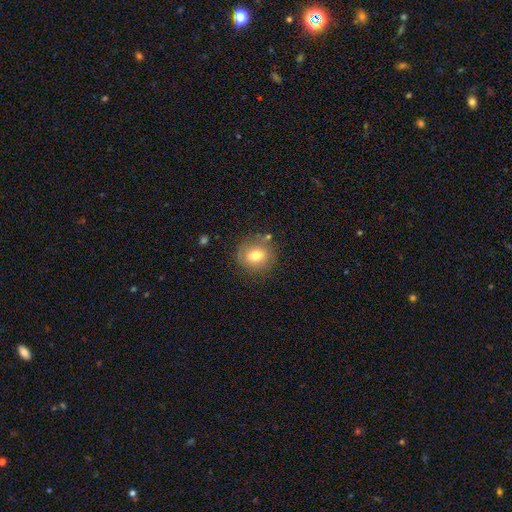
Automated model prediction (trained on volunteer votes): Smooth or featured?
  - smooth: 70% *
  - featured or disk: 20%
  - star or artifact: 10%
How rounded?
  - round: 78% *
  - in between: 21%
  - cigar-shaped: 1%
Merging?
  - none: 76% *
  - minor disturbance: 15%
  - major disturbance: 5%
  - merger: 4%